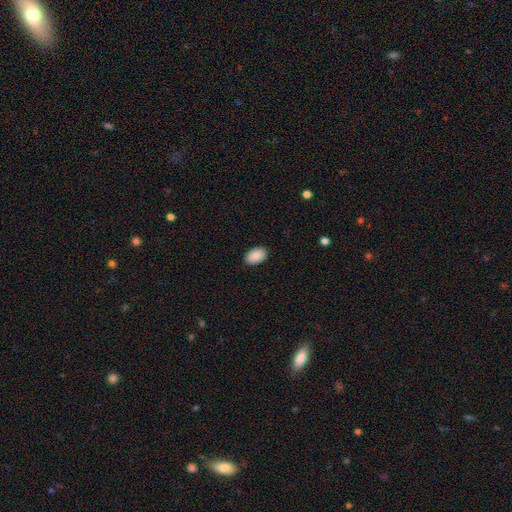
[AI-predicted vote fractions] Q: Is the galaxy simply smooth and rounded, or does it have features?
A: smooth — 91%.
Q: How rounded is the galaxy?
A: in between — 90%.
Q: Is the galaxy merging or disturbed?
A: none — 89%.